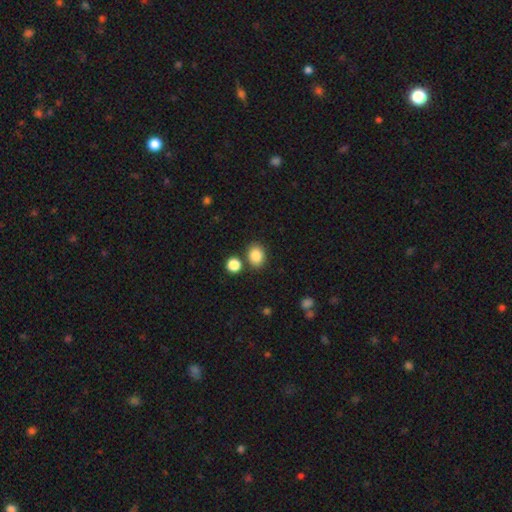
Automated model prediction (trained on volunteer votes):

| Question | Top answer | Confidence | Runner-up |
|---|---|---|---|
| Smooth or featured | smooth | 85% | star or artifact (10%) |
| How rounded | in between | 50% | round (49%) |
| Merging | none | 78% | minor disturbance (10%) |